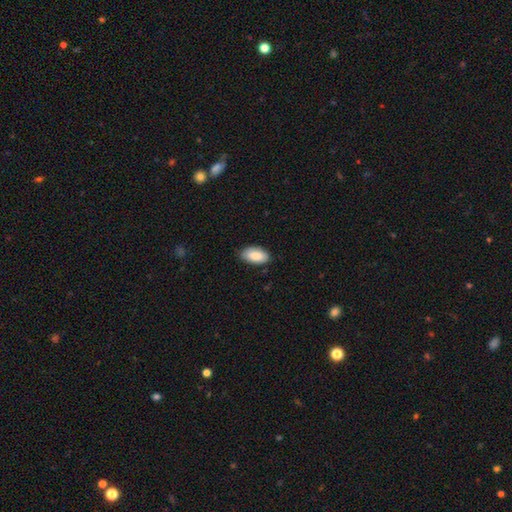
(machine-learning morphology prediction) Q: Smooth or featured?
A: smooth (86%); runner-up: featured or disk (8%)
Q: How rounded?
A: in between (95%); runner-up: round (3%)
Q: Merging?
A: none (83%); runner-up: minor disturbance (14%)